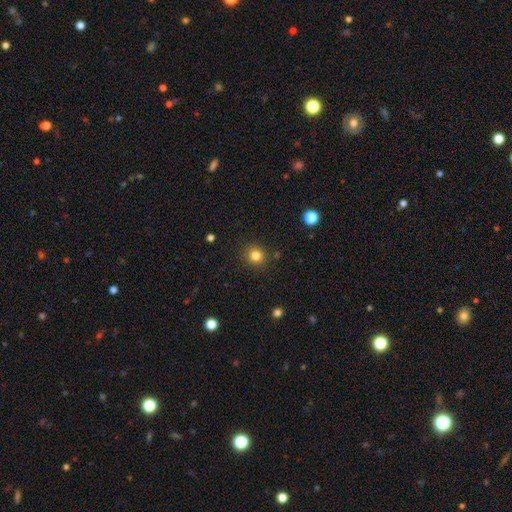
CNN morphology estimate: Overall: smooth (81%). How rounded: round (90%). Merging: none (89%).